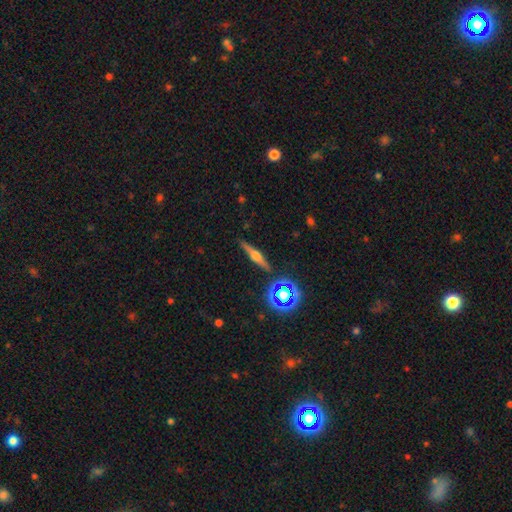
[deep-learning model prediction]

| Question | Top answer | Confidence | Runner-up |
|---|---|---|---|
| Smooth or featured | featured or disk | 65% | smooth (23%) |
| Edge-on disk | yes | 97% | no (3%) |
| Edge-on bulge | rounded | 87% | boxy (9%) |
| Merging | none | 88% | minor disturbance (8%) |